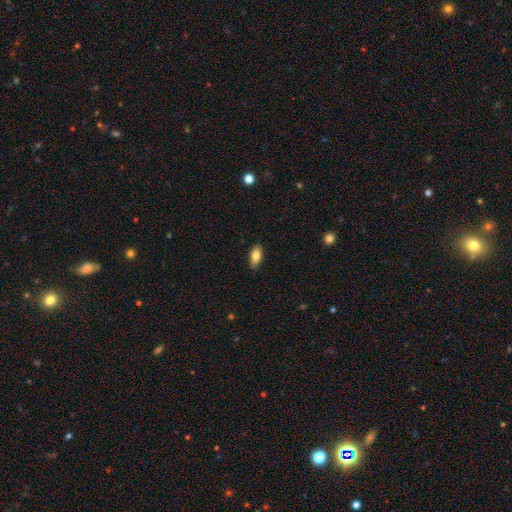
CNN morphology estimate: This is clearly a smooth galaxy (81%). How rounded: clearly in between (88%). Merging: clearly none (87%).